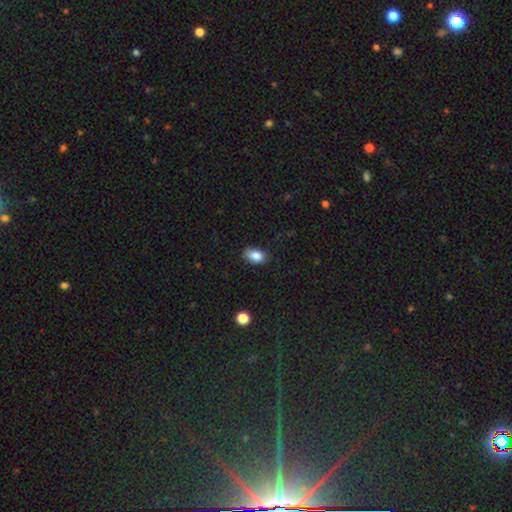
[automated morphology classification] Overall: smooth (86%). How rounded: in between (88%). Merging: none (79%).